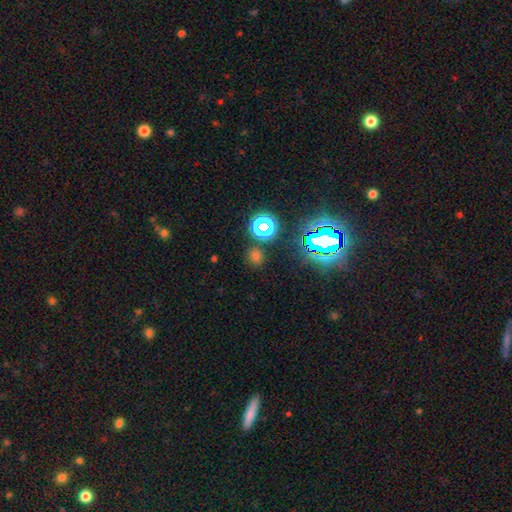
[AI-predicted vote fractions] A smooth galaxy with no disk features (57%) that is round (84%). Merging: none (83%).